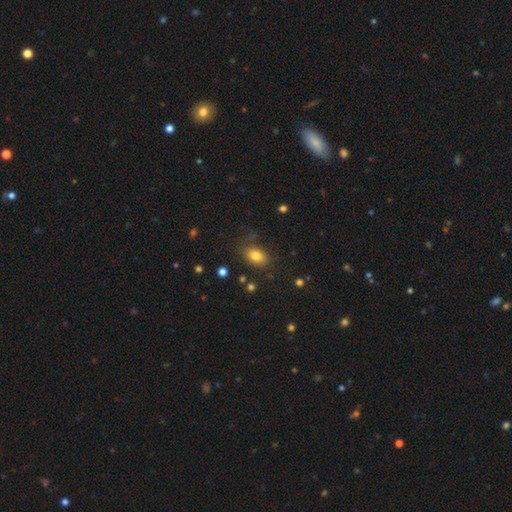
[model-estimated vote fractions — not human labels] smooth 81%, star or artifact 11%, featured or disk 9%. Down the decision tree: how rounded — in between (82%); merging — none (77%).